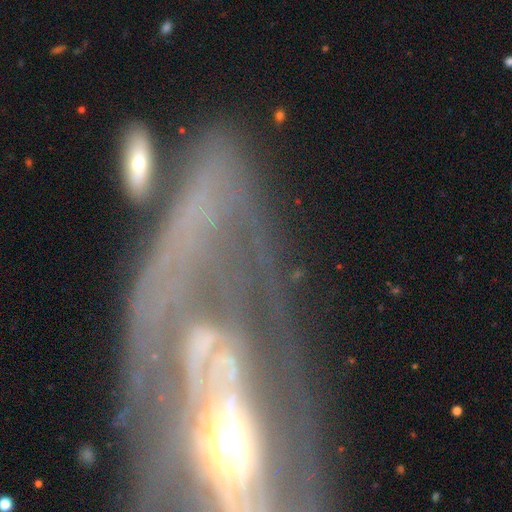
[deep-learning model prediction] smooth-or-featured: featured or disk: 77% | smooth: 13% | star or artifact: 10%
  disk-edge-on: no: 80% | yes: 20%
    bar: no: 52% | strong: 25% | weak: 23%
    has-spiral-arms: yes: 64% | no: 36%
    bulge-size: moderate: 60% | small: 18% | large: 15% | dominant: 4% | none: 3%
  merging: none: 49% | major disturbance: 23% | minor disturbance: 17% | merger: 10%